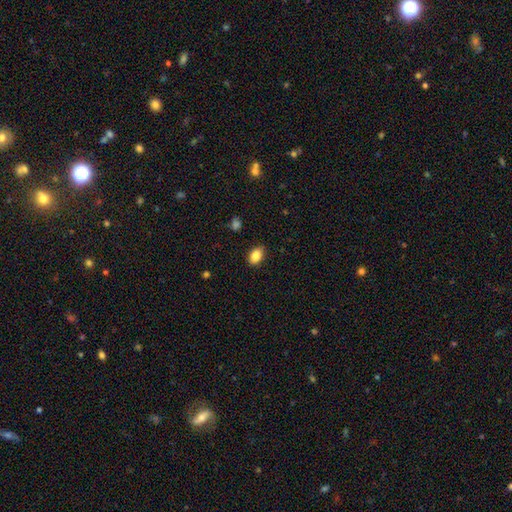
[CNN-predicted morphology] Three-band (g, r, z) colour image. It shows a smooth galaxy with no disk features (86%) that is in between round and cigar-shaped (85%). Merging: none (85%).